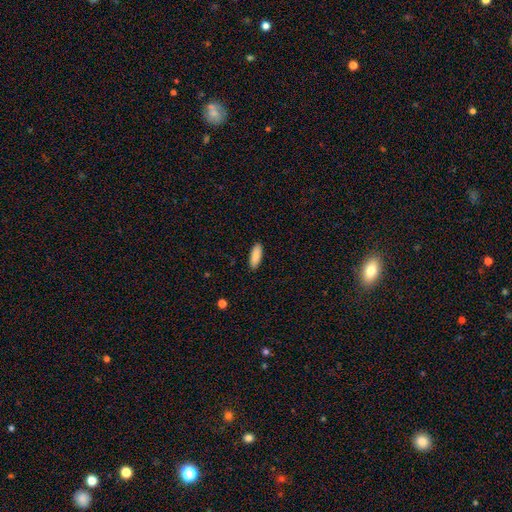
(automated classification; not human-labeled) Overall: smooth (89%). How rounded: in between (69%; cigar-shaped 29%). Merging: none (89%).